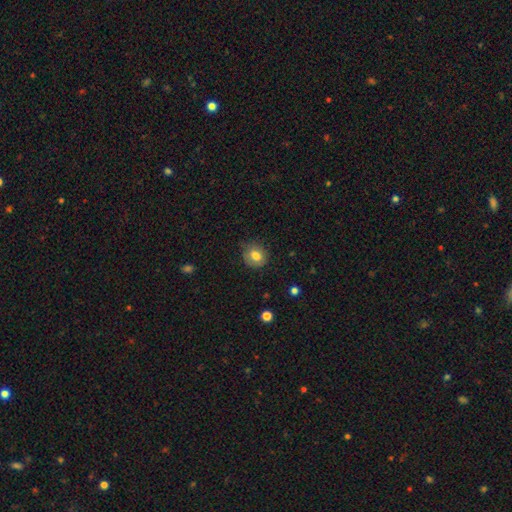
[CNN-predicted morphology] Smooth or featured? Predicted: smooth (p=0.78). How rounded? Predicted: round (p=0.76). Merging? Predicted: none (p=0.76).